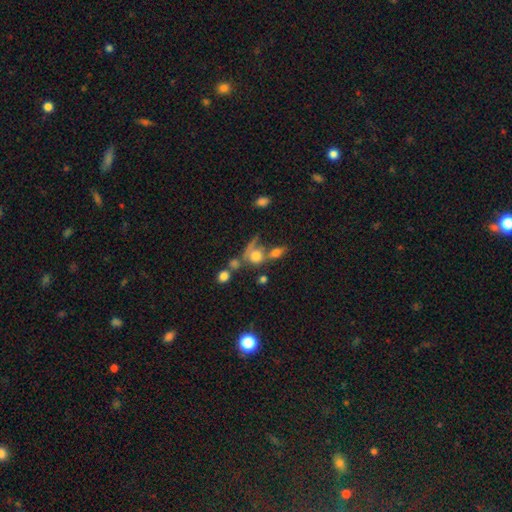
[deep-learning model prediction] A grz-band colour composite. It shows a smooth galaxy with no disk features (62%) that is round (65%). Merging: merger (43%).